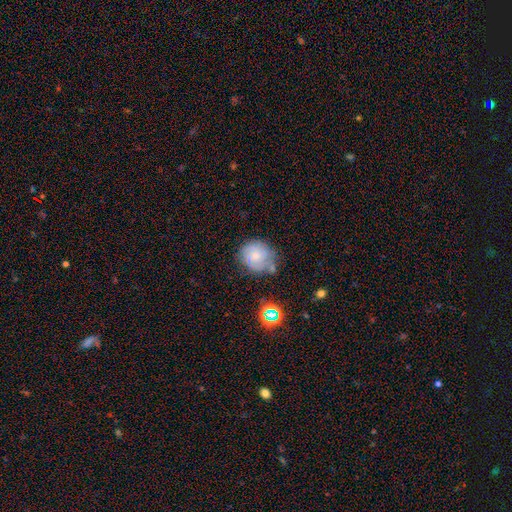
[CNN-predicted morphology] smooth-or-featured: smooth: 45% (tied) | featured or disk: 45% (tied) | star or artifact: 10%
  merging: none: 55% | minor disturbance: 27% | major disturbance: 9% | merger: 9%